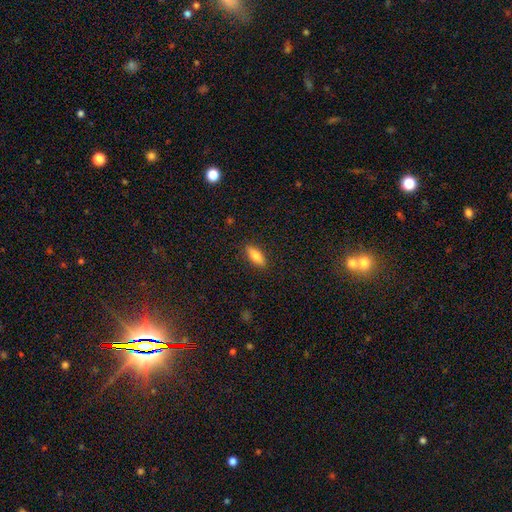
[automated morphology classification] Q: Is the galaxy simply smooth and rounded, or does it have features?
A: smooth — 82%.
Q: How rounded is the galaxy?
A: in between — 76%.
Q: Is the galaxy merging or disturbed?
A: none — 88%.